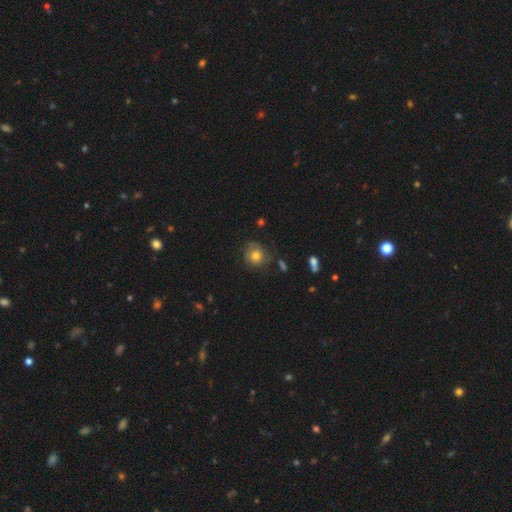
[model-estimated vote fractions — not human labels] Morphology: type=smooth (60%); roundness=round (83%); merging=none (64%).